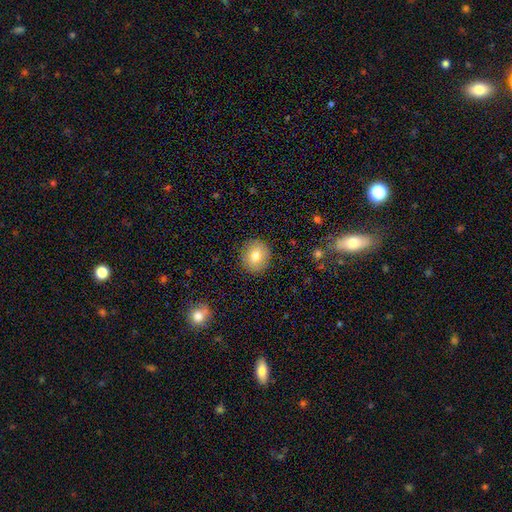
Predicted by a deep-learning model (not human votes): A smooth galaxy with no disk features (77%) that is round (86%). Merging: none (90%).